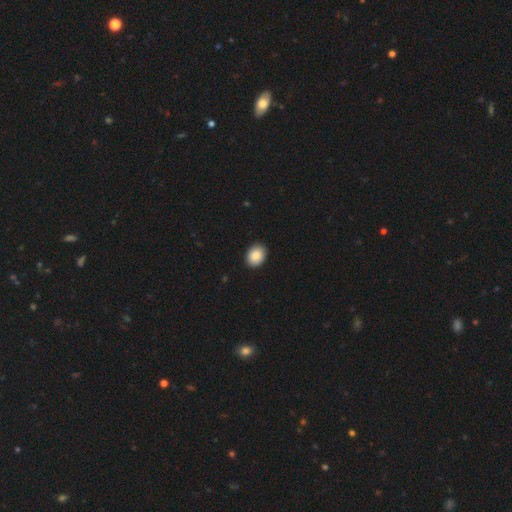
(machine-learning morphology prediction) Smooth or featured? smooth (88%)
How rounded? in between (60%)
Merging? none (90%)